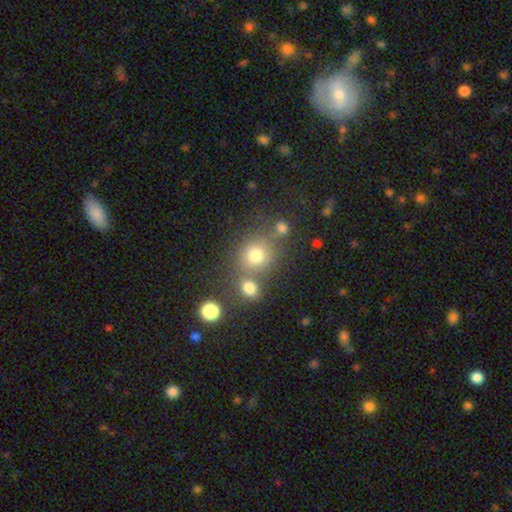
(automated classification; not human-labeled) Smooth or featured? Predicted: smooth (p=0.75). How rounded? Predicted: round (p=0.82). Merging? Predicted: none (p=0.60).